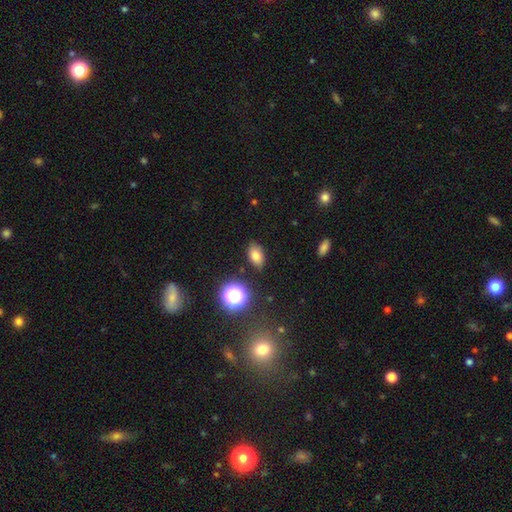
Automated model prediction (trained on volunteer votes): A smooth galaxy with no disk features (77%) that is in between round and cigar-shaped (86%).

Vote fractions:
- Smooth or featured? smooth: 77% / star or artifact: 14% / featured or disk: 9%
- How rounded? in between: 86% / round: 12% / cigar-shaped: 2%
- Merging? none: 83% / minor disturbance: 12% / major disturbance: 3% / merger: 2%